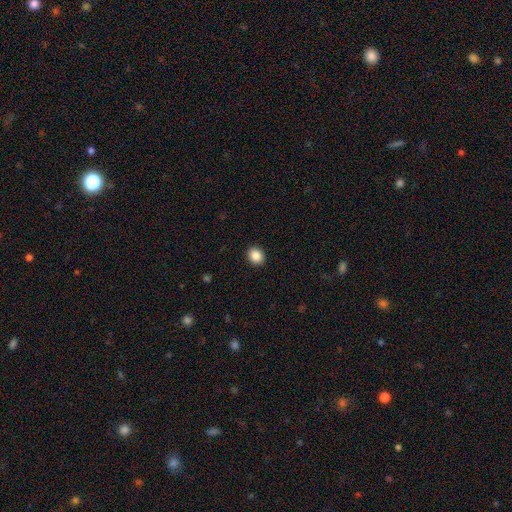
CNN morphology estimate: type=smooth (87%); roundness=round (62%); merging=none (92%).